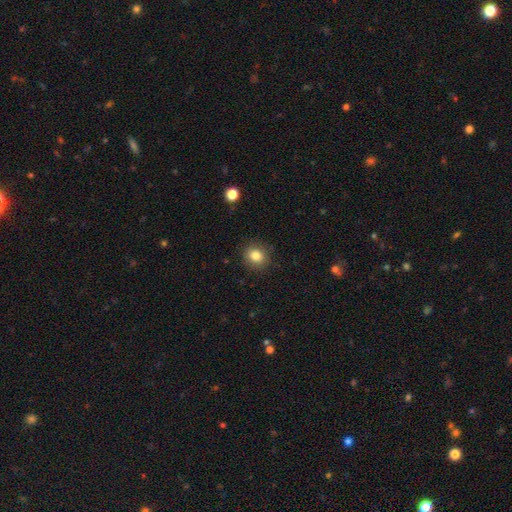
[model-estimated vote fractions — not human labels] Smooth or featured? Predicted: smooth (p=0.83). How rounded? Predicted: round (p=0.83). Merging? Predicted: none (p=0.87).